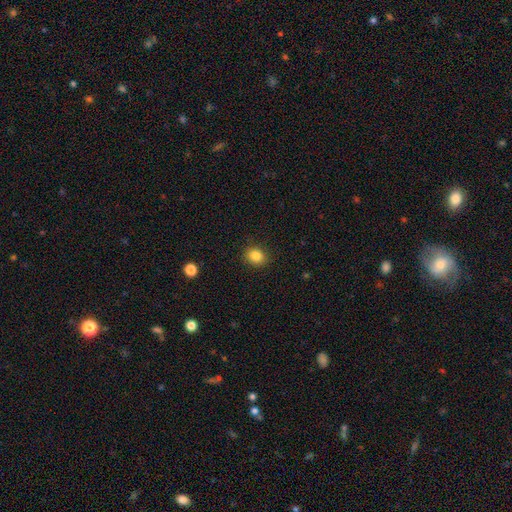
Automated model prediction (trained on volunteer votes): Morphology: type=smooth (85%); roundness=round (65%); merging=none (89%).